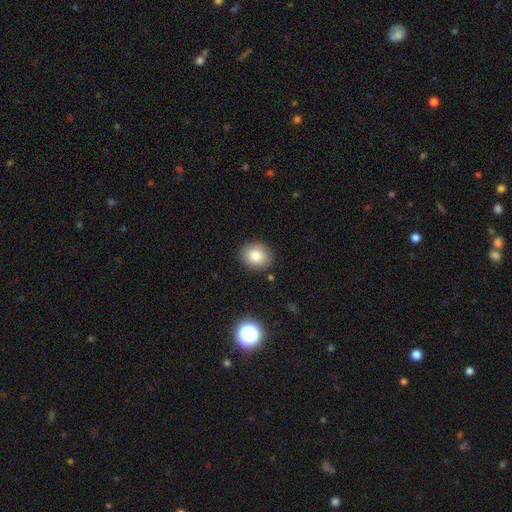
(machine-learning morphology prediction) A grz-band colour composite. It shows a smooth galaxy with no disk features (81%) that is round (71%). Merging: none (88%).